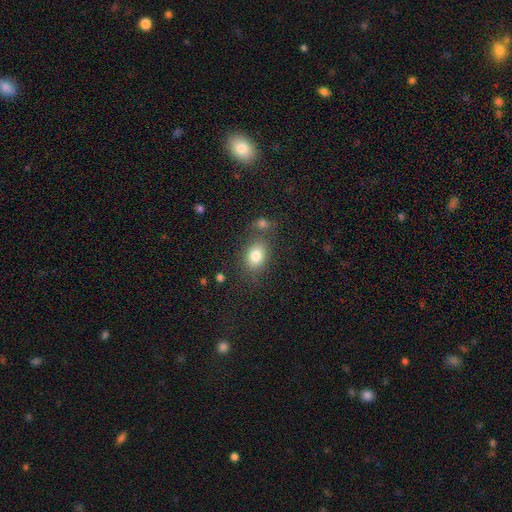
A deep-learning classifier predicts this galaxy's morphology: Smooth or featured: smooth — 80% (star or artifact — 11%)
How rounded: in between — 63% (round — 36%)
Merging: none — 69% (minor disturbance — 13%)